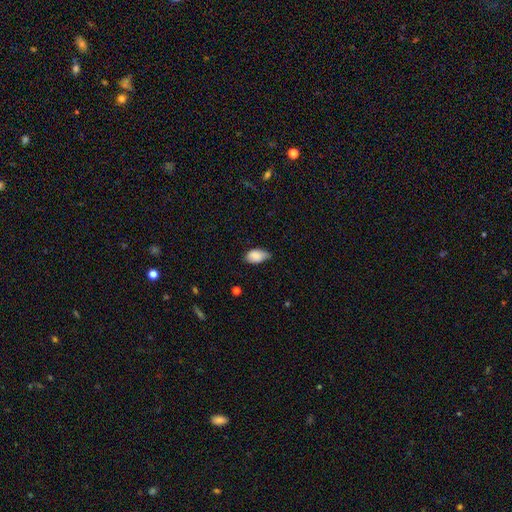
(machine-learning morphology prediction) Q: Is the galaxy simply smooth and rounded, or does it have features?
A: smooth — 86%.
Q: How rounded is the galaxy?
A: in between — 92%.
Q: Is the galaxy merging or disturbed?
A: none — 48%.